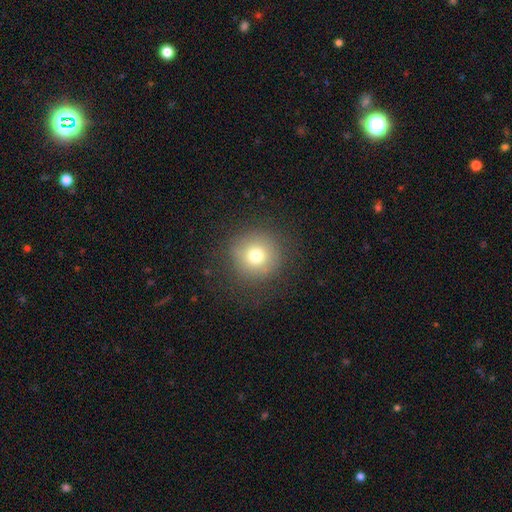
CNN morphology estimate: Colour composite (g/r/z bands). It shows a smooth galaxy with no disk features (73%) that is round (95%). Merging: none (84%).